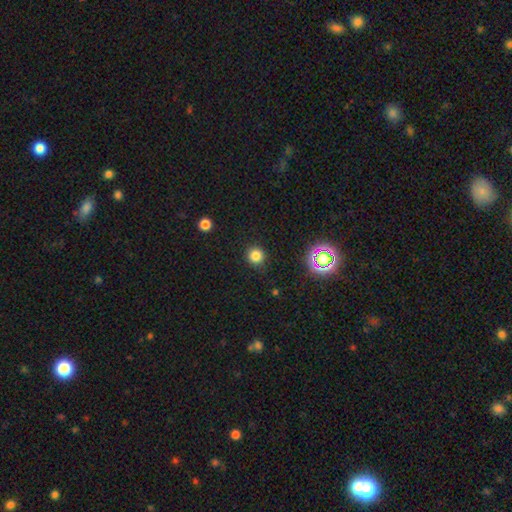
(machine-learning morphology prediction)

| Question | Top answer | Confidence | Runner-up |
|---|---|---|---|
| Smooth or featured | smooth | 80% | star or artifact (16%) |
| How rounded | round | 94% | in between (6%) |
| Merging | none | 90% | minor disturbance (6%) |